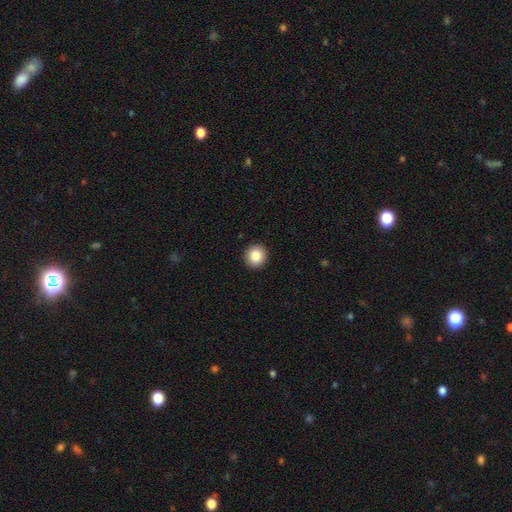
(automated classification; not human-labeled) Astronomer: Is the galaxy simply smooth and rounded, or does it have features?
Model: smooth — 86%.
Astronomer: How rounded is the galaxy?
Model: round — 90%.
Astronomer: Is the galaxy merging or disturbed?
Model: none — 93%.